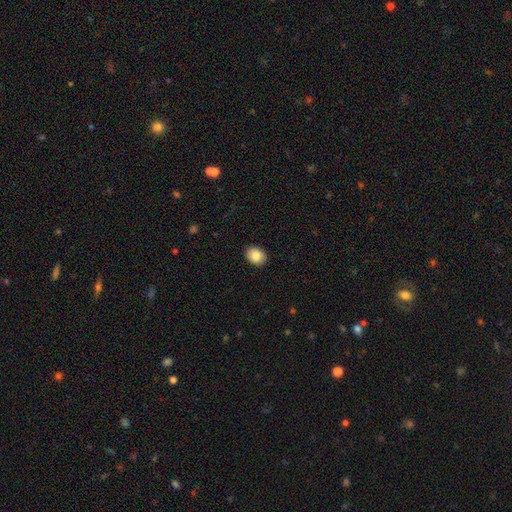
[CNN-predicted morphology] Smooth or featured?
  - smooth: 86% *
  - star or artifact: 8%
  - featured or disk: 7%
How rounded?
  - in between: 66% *
  - round: 33%
  - cigar-shaped: 1%
Merging?
  - none: 89% *
  - minor disturbance: 8%
  - major disturbance: 2%
  - merger: 1%